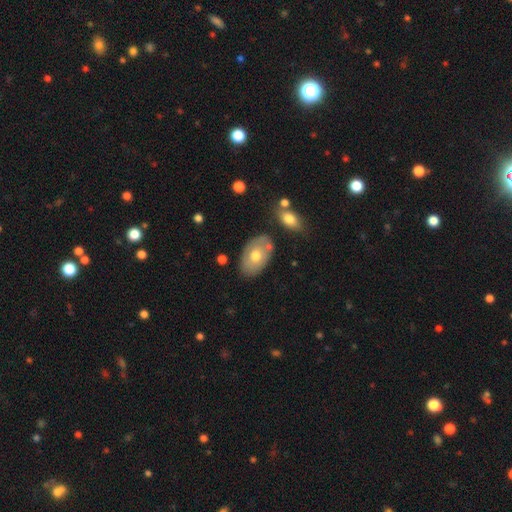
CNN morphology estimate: The model was most divided on "smooth or featured": smooth: 60%, featured or disk: 34%, star or artifact: 6%. More confident: how rounded — in between (90%); merging — none (72%).